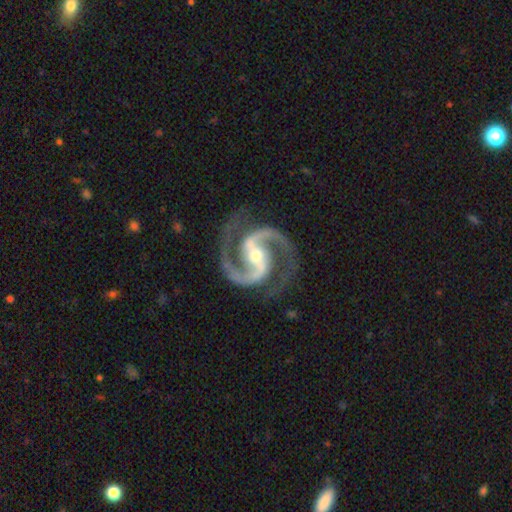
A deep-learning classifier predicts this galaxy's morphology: Smooth or featured: featured or disk — 95% (star or artifact — 4%)
Edge-on disk: no — 98% (yes — 2%)
Bar: strong — 48% (weak — 34%)
Spiral arms: yes — 99% (no — 1%)
Spiral winding: medium — 72% (tight — 19%)
Spiral arm count: 2 — 94% (3 — 2%)
Bulge size: moderate — 54% (small — 41%)
Merging: none — 82% (minor disturbance — 12%)